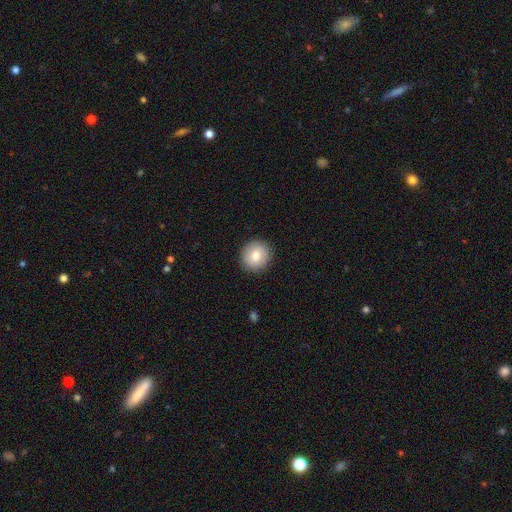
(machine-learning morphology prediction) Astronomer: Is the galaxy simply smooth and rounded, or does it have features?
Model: smooth — 82%.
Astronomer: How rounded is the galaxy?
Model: round — 89%.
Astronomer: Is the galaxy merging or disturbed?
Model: none — 91%.